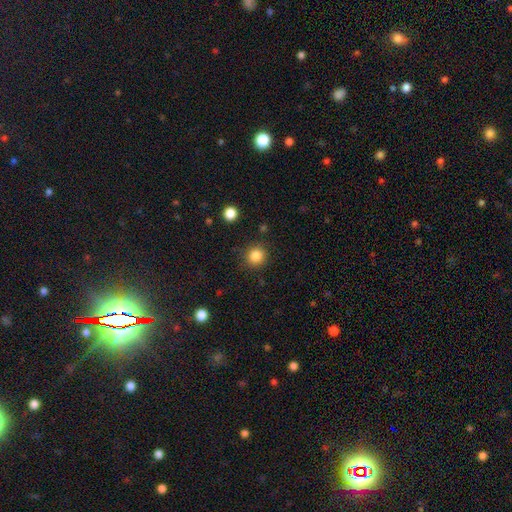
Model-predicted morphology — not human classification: Q: Smooth or featured?
A: smooth (85%); runner-up: star or artifact (11%)
Q: How rounded?
A: round (92%); runner-up: in between (7%)
Q: Merging?
A: none (88%); runner-up: minor disturbance (8%)